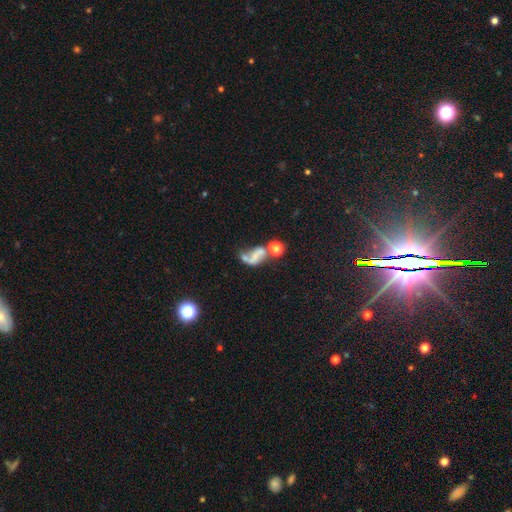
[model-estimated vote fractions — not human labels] smooth-or-featured: featured or disk: 48% | smooth: 34% | star or artifact: 18%
  merging: merger: 39% | major disturbance: 24% | none: 23% | minor disturbance: 13%